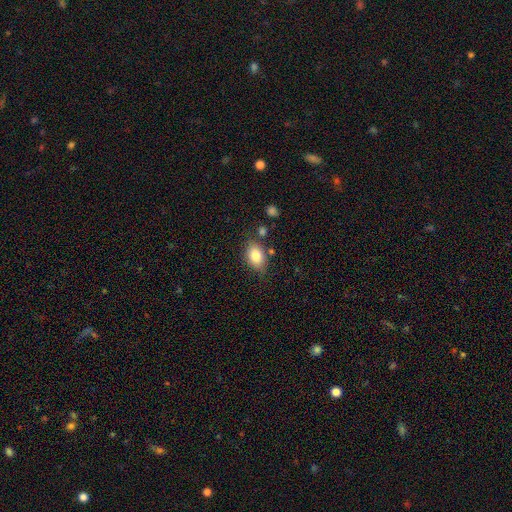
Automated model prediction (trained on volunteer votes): Overall: smooth (82%). How rounded: in between (83%). Merging: none (75%).